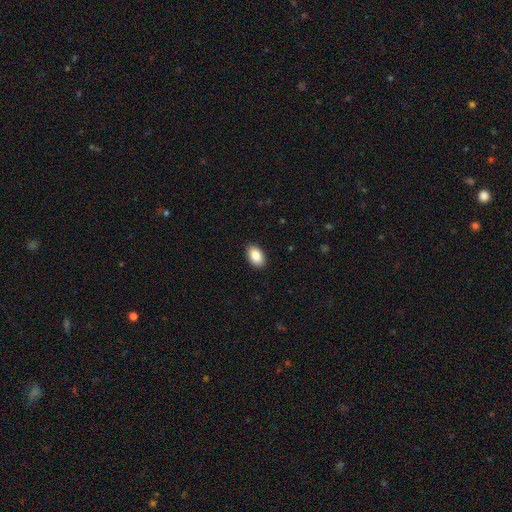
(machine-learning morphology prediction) Smooth or featured? smooth (89%)
How rounded? in between (92%)
Merging? none (89%)